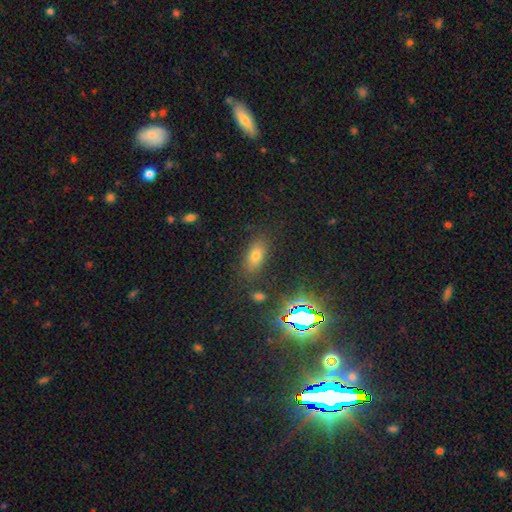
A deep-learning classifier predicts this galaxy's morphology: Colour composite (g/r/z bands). It shows a smooth galaxy with no disk features (62%) that is in between round and cigar-shaped (83%). Merging: none (82%).